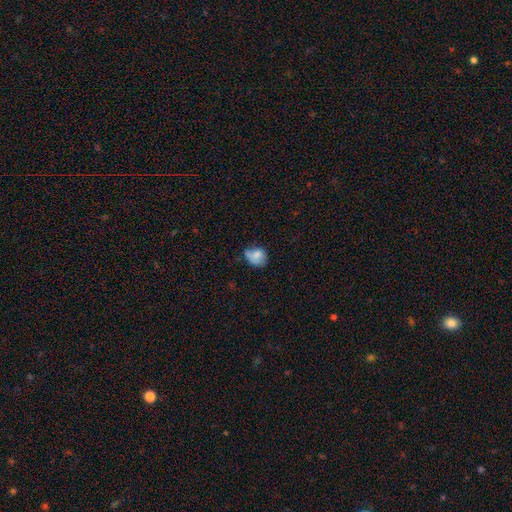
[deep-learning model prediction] Morphology: type=smooth (71%); roundness=in between (51%); merging=none (38%).